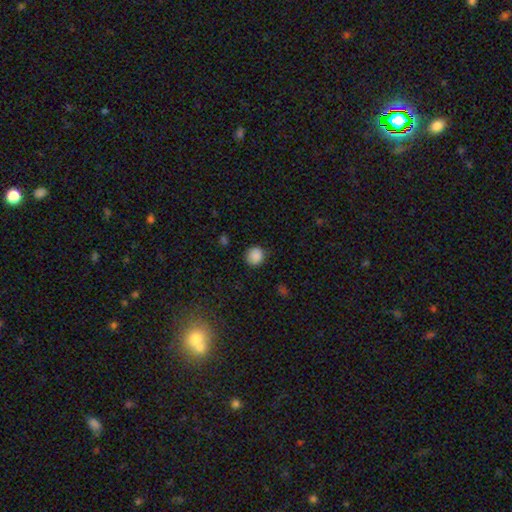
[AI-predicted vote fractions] Smooth or featured? smooth (87%)
How rounded? round (90%)
Merging? none (84%)